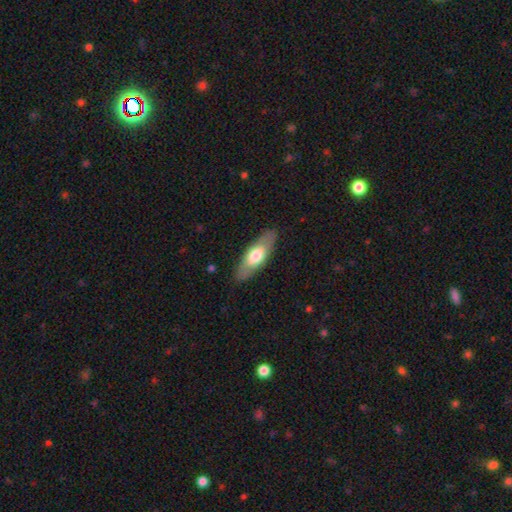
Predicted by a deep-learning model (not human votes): A smooth galaxy with no disk features (58%) that is in between round and cigar-shaped (64%). Merging: none (85%).